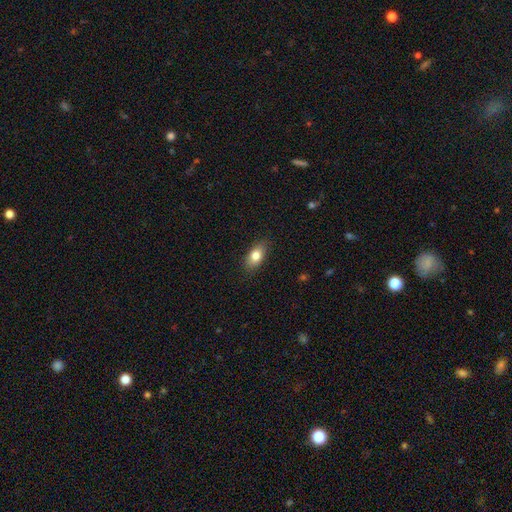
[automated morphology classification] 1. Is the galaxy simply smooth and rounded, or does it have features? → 80% smooth, 13% featured or disk, 8% star or artifact.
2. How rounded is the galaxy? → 86% in between, 8% round, 6% cigar-shaped.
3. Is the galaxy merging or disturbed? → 84% none, 12% minor disturbance, 3% major disturbance, 1% merger.